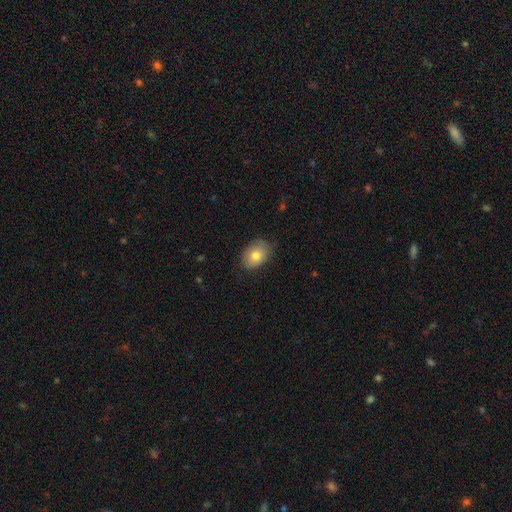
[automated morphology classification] A smooth galaxy with no disk features (76%) that is in between round and cigar-shaped (77%).

Vote fractions:
- Smooth or featured? smooth: 76% / featured or disk: 16% / star or artifact: 7%
- How rounded? in between: 77% / round: 22% / cigar-shaped: 1%
- Merging? none: 76% / minor disturbance: 20% / major disturbance: 4% / merger: 1%